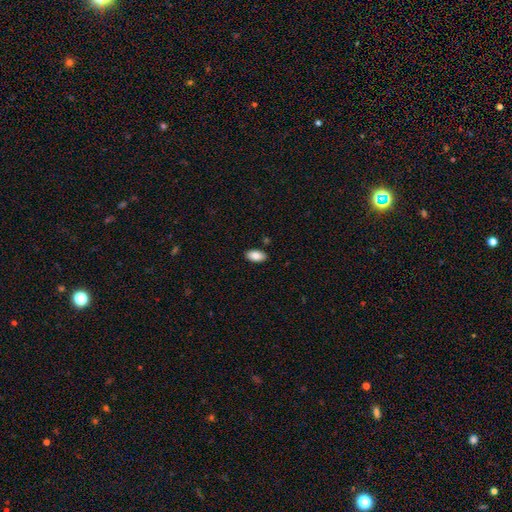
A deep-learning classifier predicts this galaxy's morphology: Smooth or featured?
  - smooth: 84% *
  - featured or disk: 9%
  - star or artifact: 7%
How rounded?
  - in between: 94% *
  - round: 3%
  - cigar-shaped: 3%
Merging?
  - none: 88% *
  - minor disturbance: 9%
  - major disturbance: 2%
  - merger: 2%